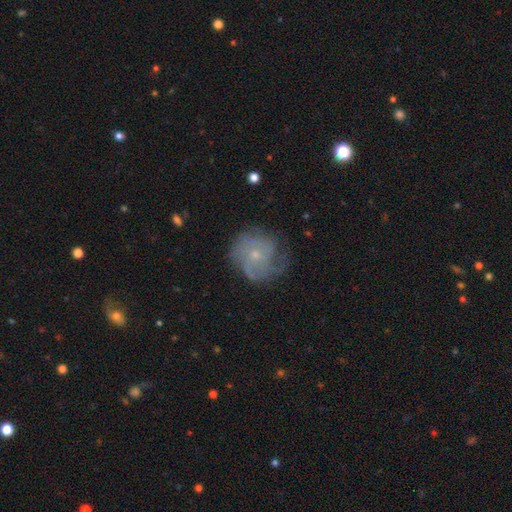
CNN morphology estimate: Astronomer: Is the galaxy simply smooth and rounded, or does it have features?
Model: featured or disk — 69%.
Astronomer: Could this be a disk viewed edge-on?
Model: no — 98%.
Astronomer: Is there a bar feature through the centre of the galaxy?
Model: no — 77%.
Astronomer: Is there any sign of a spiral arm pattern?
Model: yes — 87%.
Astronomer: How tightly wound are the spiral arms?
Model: tight — 46% (runner-up: medium, 37%).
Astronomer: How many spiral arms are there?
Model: can't tell — 39% (runner-up: 3, 22%).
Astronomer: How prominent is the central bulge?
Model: small — 67%.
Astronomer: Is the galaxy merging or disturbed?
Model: none — 61%.